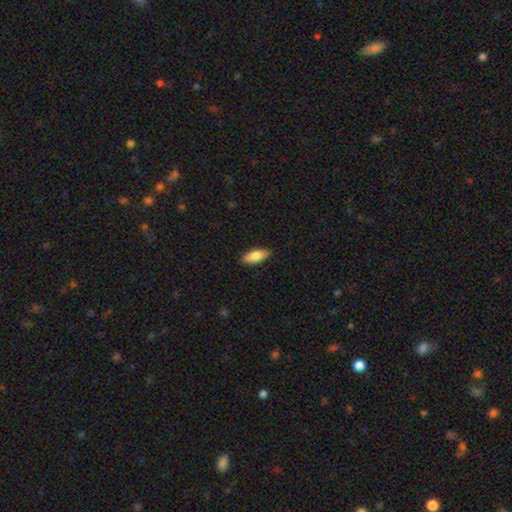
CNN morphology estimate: Smooth or featured?
  - smooth: 77% *
  - featured or disk: 17%
  - star or artifact: 6%
How rounded?
  - in between: 73% *
  - cigar-shaped: 24%
  - round: 2%
Merging?
  - none: 88% *
  - minor disturbance: 9%
  - major disturbance: 2%
  - merger: 1%